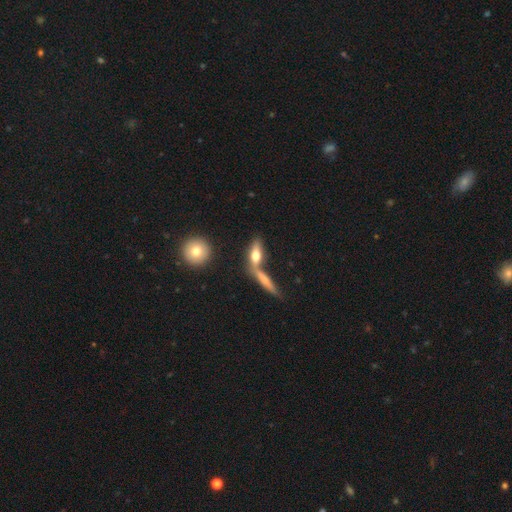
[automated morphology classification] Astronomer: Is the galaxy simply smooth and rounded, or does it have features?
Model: smooth — 60%.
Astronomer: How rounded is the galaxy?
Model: in between — 54% (runner-up: cigar-shaped, 39%).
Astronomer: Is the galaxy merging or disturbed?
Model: none — 52% (runner-up: merger, 33%).